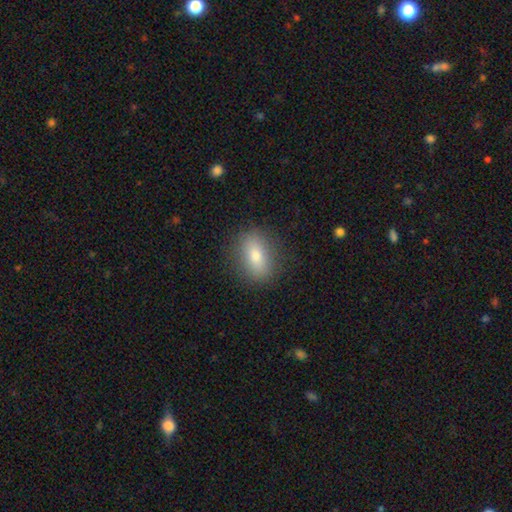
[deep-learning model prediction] Q: Smooth or featured?
A: smooth (75%); runner-up: featured or disk (16%)
Q: How rounded?
A: in between (76%); runner-up: round (18%)
Q: Merging?
A: none (86%); runner-up: minor disturbance (10%)